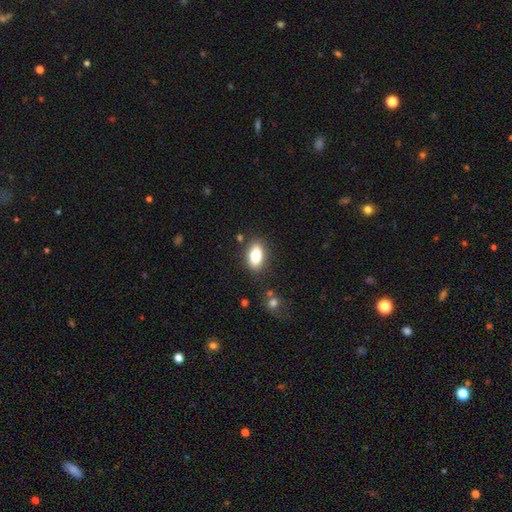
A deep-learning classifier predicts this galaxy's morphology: type=smooth (79%); roundness=in between (88%); merging=none (84%).